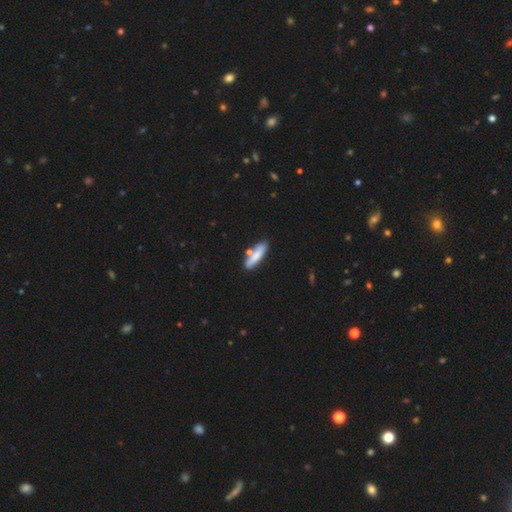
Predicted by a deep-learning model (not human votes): Smooth or featured?
  - smooth: 79% *
  - featured or disk: 15%
  - star or artifact: 6%
How rounded?
  - cigar-shaped: 70% *
  - in between: 28%
  - round: 2%
Merging?
  - none: 73% *
  - minor disturbance: 13%
  - merger: 11%
  - major disturbance: 3%